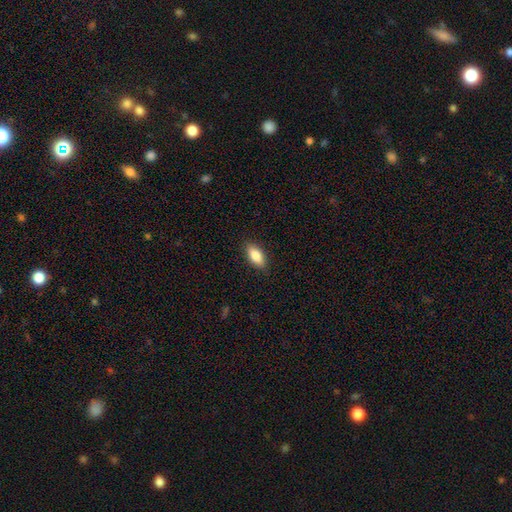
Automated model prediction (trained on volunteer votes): Smooth or featured? Predicted: smooth (p=0.84). How rounded? Predicted: in between (p=0.87). Merging? Predicted: none (p=0.88).